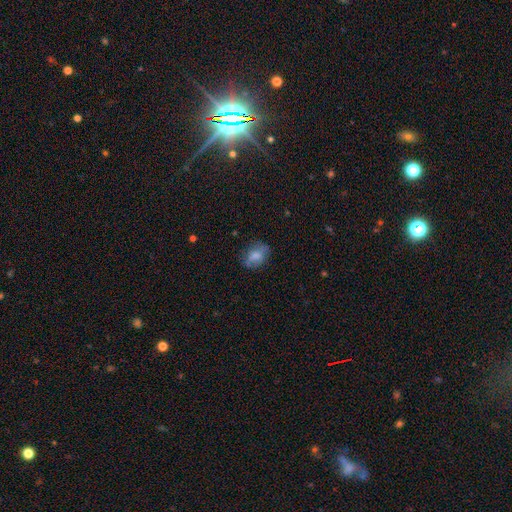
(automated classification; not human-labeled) This appears to be a smooth galaxy with no disk features (66%) that is in between round and cigar-shaped (70%). Merging: none (60%).